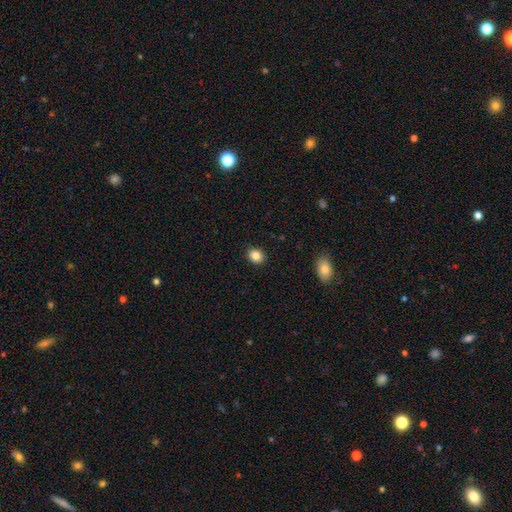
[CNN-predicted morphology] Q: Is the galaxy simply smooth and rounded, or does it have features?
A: smooth — 85%.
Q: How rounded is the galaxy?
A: round — 57%.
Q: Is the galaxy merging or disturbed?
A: none — 90%.